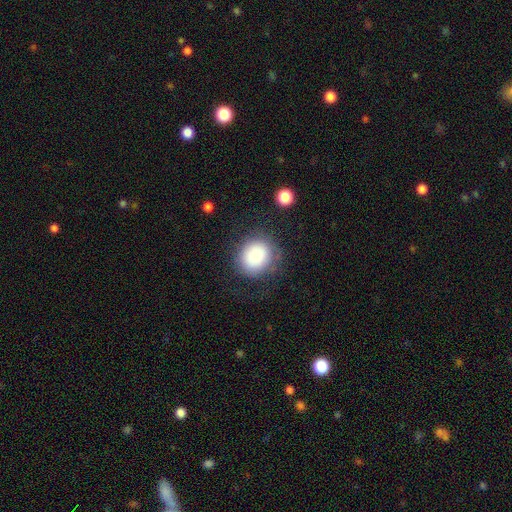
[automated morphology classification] Smooth or featured?
  - smooth: 78% *
  - featured or disk: 12%
  - star or artifact: 9%
How rounded?
  - round: 84% *
  - in between: 15%
  - cigar-shaped: 1%
Merging?
  - none: 74% *
  - minor disturbance: 16%
  - major disturbance: 8%
  - merger: 2%